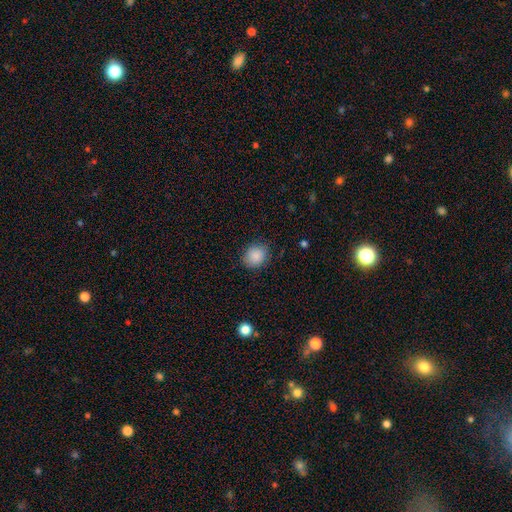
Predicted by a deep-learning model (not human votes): Smooth or featured: smooth — 88% (star or artifact — 8%)
How rounded: round — 73% (in between — 27%)
Merging: none — 84% (minor disturbance — 12%)